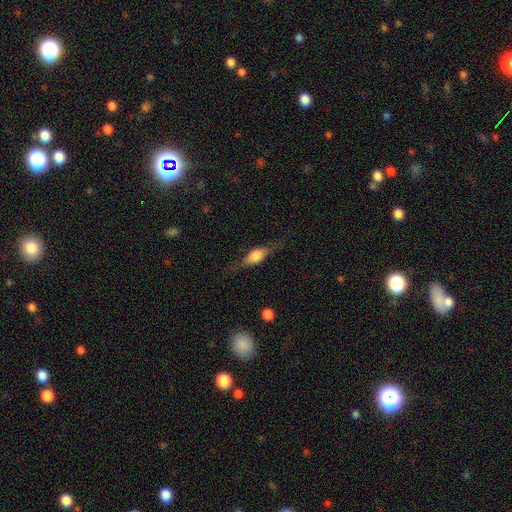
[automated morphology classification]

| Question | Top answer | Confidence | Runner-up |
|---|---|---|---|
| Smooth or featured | featured or disk | 56% | smooth (36%) |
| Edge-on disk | yes | 91% | no (9%) |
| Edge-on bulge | rounded | 87% | boxy (11%) |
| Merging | none | 75% | minor disturbance (16%) |